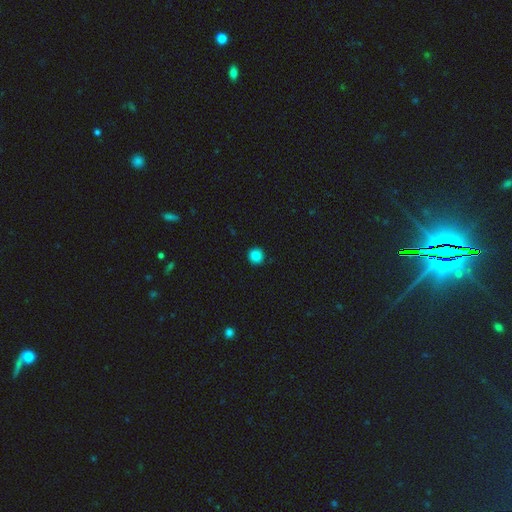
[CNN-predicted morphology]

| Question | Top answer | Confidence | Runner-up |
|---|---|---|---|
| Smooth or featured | smooth | 87% | star or artifact (11%) |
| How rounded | round | 94% | in between (5%) |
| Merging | none | 92% | minor disturbance (6%) |